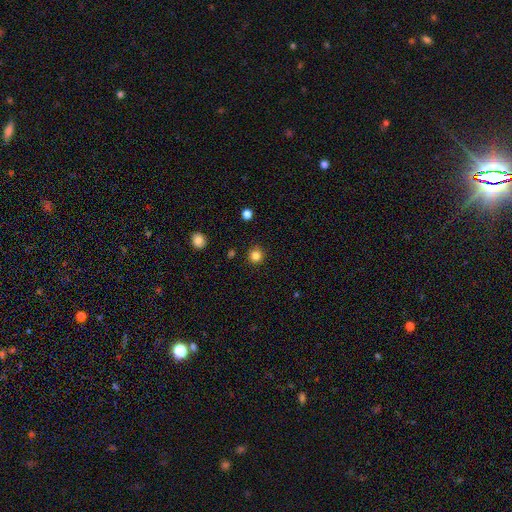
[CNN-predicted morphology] A smooth galaxy with no disk features (83%) that is round (94%). Merging: none (91%).